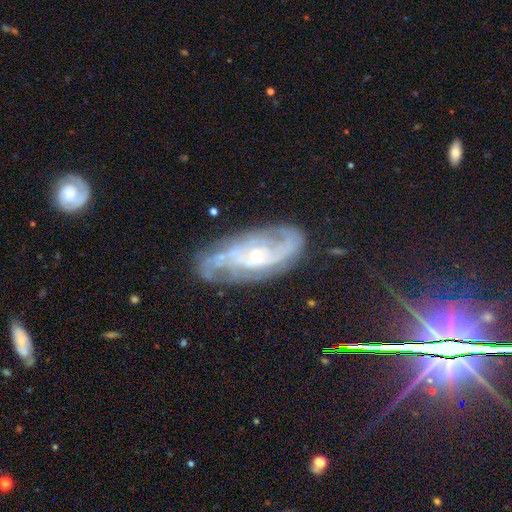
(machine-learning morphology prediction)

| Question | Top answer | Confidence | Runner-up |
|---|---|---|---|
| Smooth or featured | featured or disk | 84% | smooth (9%) |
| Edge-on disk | no | 93% | yes (7%) |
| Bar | no | 58% | weak (34%) |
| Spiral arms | yes | 95% | no (5%) |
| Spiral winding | tight | 48% | medium (40%) |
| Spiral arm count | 2 | 43% | can't tell (28%) |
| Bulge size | small | 68% | moderate (27%) |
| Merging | none | 70% | minor disturbance (20%) |